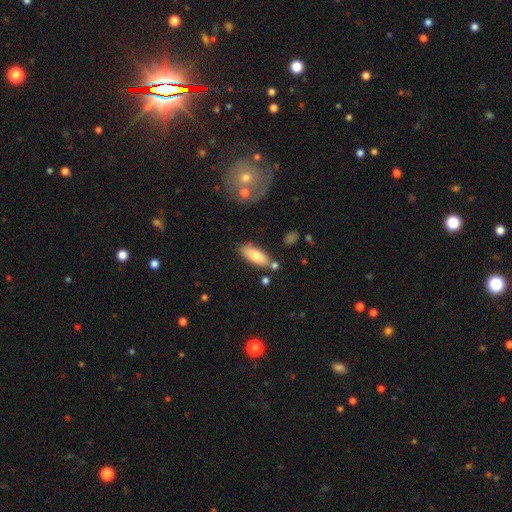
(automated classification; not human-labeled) A smooth galaxy with no disk features (74%) that is in between round and cigar-shaped (74%). Merging: none (75%).